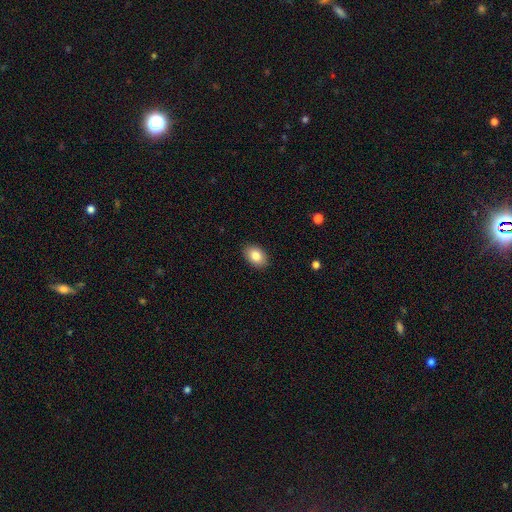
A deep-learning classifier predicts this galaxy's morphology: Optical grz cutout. It shows a smooth galaxy with no disk features (83%) that is in between round and cigar-shaped (85%). Merging: none (90%).